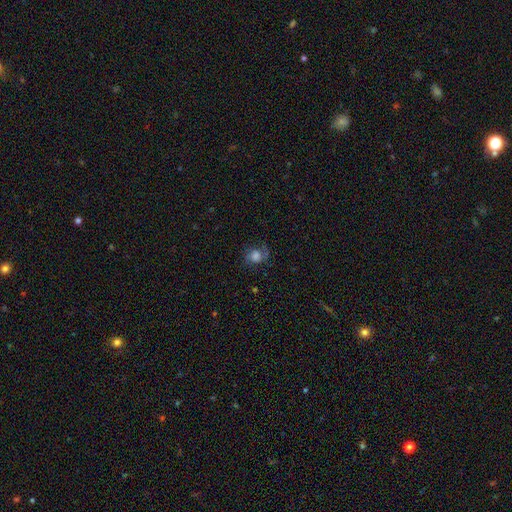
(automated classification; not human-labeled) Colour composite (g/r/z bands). It shows a smooth galaxy with no disk features (50%). Merging: none (59%).